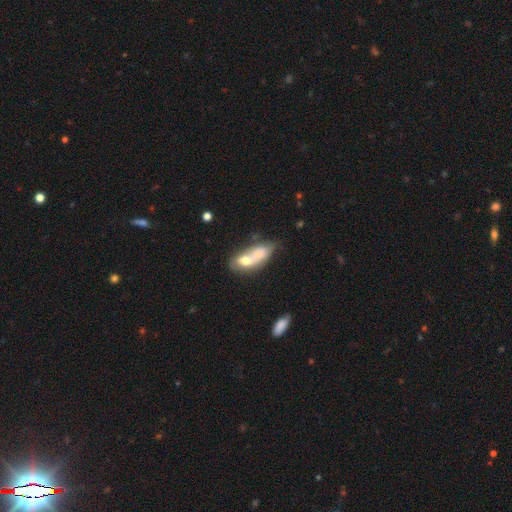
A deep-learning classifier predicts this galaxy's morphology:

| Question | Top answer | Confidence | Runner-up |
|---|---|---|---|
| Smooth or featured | smooth | 61% | featured or disk (31%) |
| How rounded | in between | 76% | round (12%) |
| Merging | merger | 73% | none (15%) |